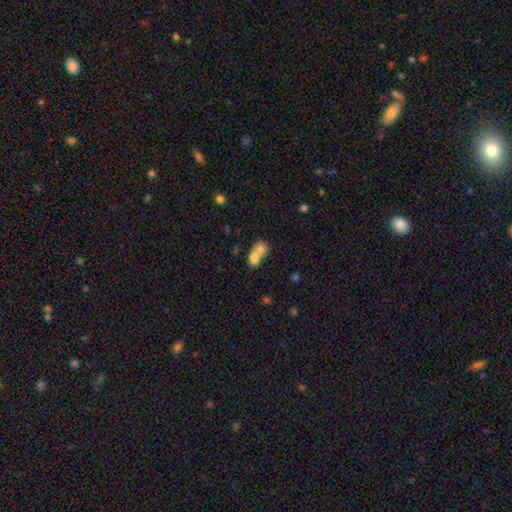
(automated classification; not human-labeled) smooth 73%, featured or disk 18%, star or artifact 9%. Down the decision tree: how rounded — in between (53%); merging — merger (75%).